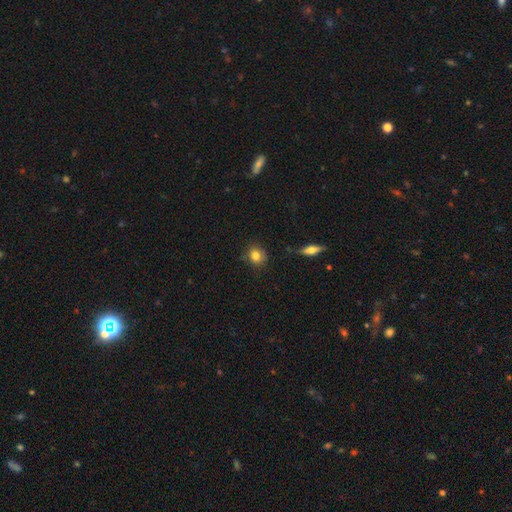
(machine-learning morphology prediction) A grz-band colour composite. It shows a smooth galaxy with no disk features (81%) that is round (75%). Merging: none (78%).